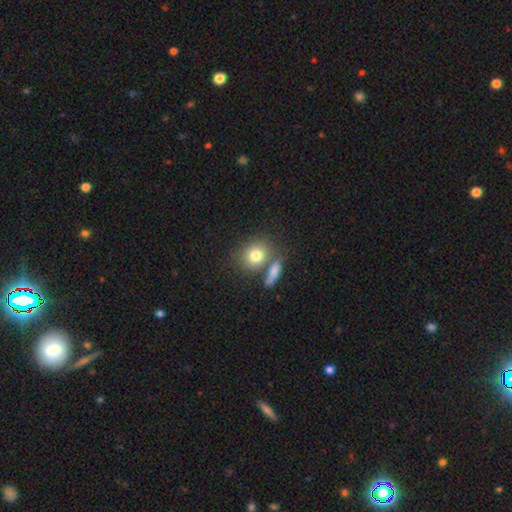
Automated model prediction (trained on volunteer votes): This is likely a smooth galaxy (78%). How rounded: likely round (67%). Merging: possibly none (59%).